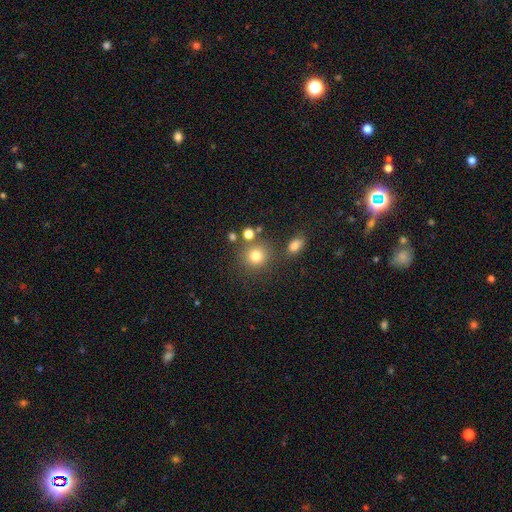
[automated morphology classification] The model was most divided on "merging": none: 75%, minor disturbance: 10%, merger: 10%, major disturbance: 4%. More confident: how rounded — round (87%); smooth or featured — smooth (78%).